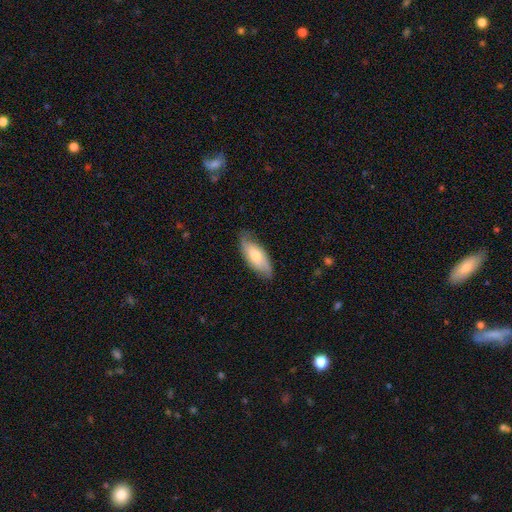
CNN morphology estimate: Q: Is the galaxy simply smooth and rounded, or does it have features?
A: smooth — 62%.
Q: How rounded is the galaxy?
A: in between — 80%.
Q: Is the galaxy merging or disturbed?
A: none — 75%.